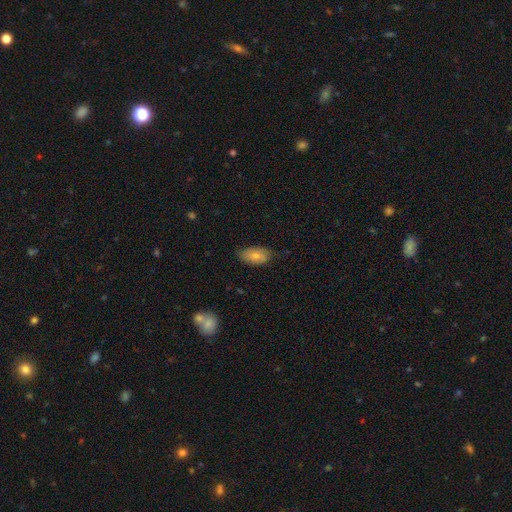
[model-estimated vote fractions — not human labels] Q: Smooth or featured?
A: smooth (76%); runner-up: featured or disk (18%)
Q: How rounded?
A: in between (93%); runner-up: round (4%)
Q: Merging?
A: none (72%); runner-up: minor disturbance (23%)